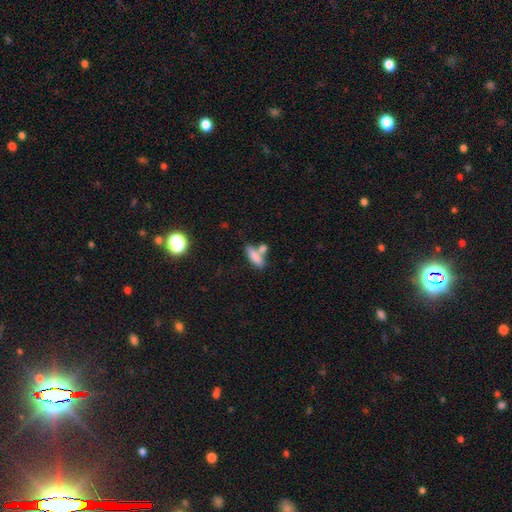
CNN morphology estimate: smooth_or_featured: smooth (p=0.78) [alt: featured or disk p=0.13]
how_rounded: in between (p=0.56) [alt: cigar-shaped p=0.40]
merging: none (p=0.45) [alt: merger p=0.38]